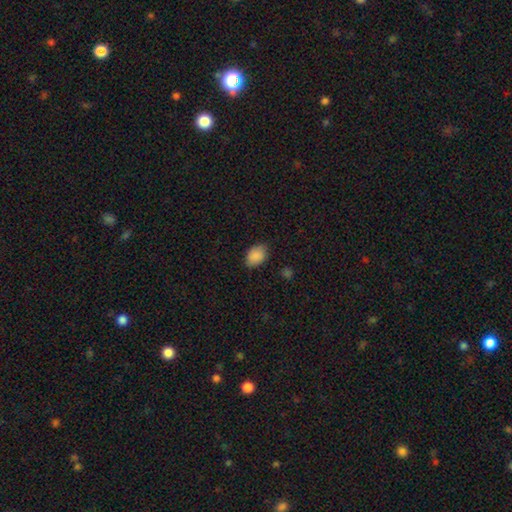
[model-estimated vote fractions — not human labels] Q: Smooth or featured?
A: smooth (88%); runner-up: star or artifact (8%)
Q: How rounded?
A: in between (79%); runner-up: round (20%)
Q: Merging?
A: none (80%); runner-up: minor disturbance (16%)